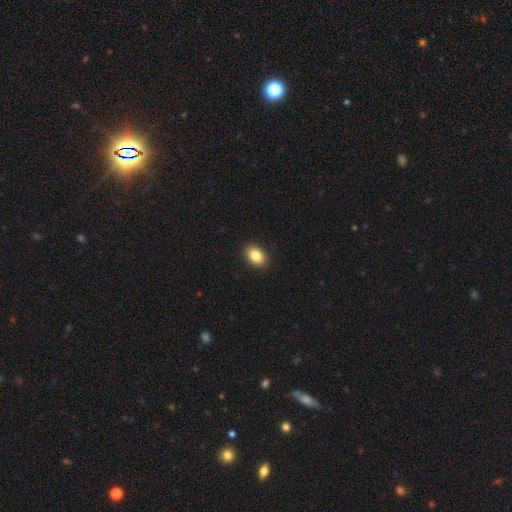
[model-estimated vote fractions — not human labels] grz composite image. It shows a smooth galaxy with no disk features (86%) that is in between round and cigar-shaped (80%). Merging: none (91%).